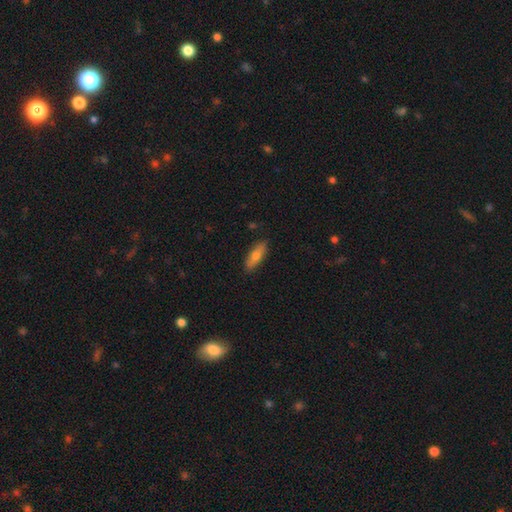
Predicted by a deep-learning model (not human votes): A smooth galaxy with no disk features (67%) that is cigar-shaped (53%). Merging: none (87%).